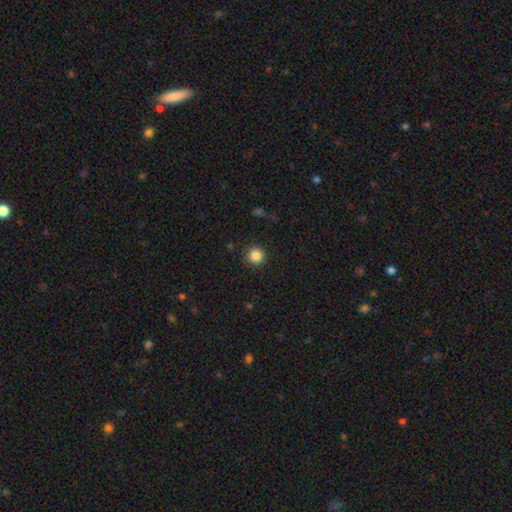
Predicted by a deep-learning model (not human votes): smooth-or-featured: smooth: 86% | star or artifact: 11% | featured or disk: 3%
  how-rounded: round: 96% | in between: 4% | cigar-shaped: 1%
  merging: none: 91% | minor disturbance: 6% | major disturbance: 2% | merger: 1%